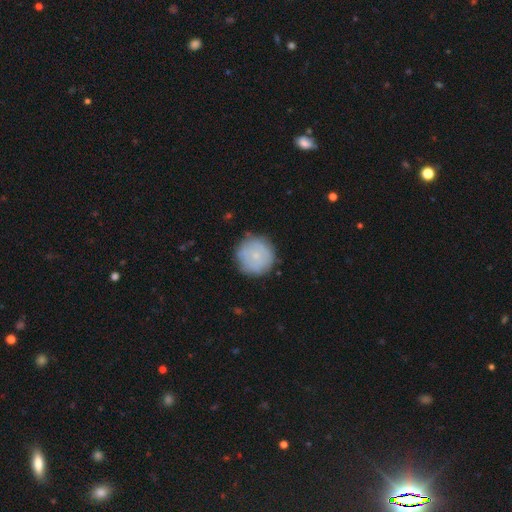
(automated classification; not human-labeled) Q: Smooth or featured?
A: smooth (68%); runner-up: featured or disk (25%)
Q: How rounded?
A: round (95%); runner-up: in between (4%)
Q: Merging?
A: none (81%); runner-up: minor disturbance (14%)